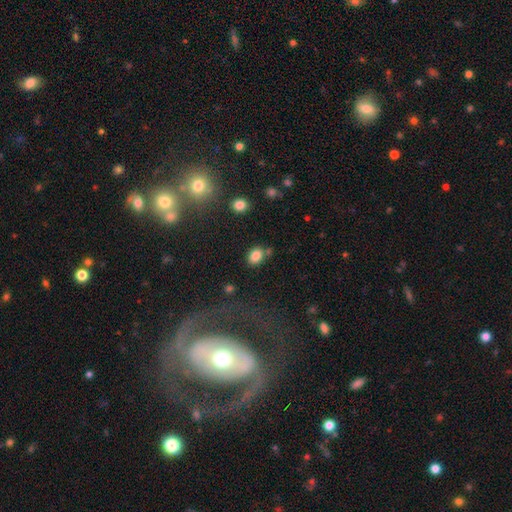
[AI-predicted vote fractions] Q: Smooth or featured?
A: smooth (84%); runner-up: star or artifact (10%)
Q: How rounded?
A: in between (67%); runner-up: round (32%)
Q: Merging?
A: none (70%); runner-up: minor disturbance (14%)